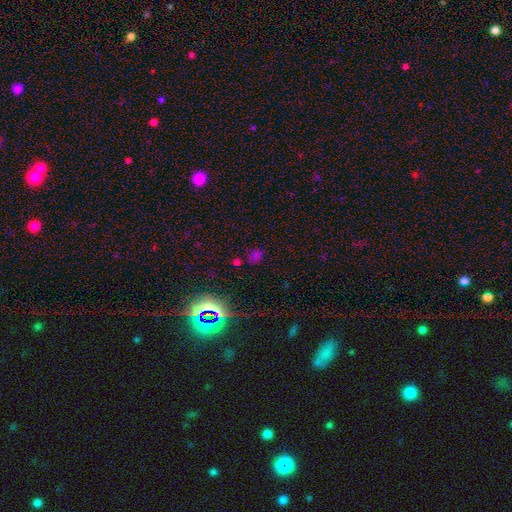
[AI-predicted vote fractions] Smooth or featured? Predicted: star or artifact (p=0.48).